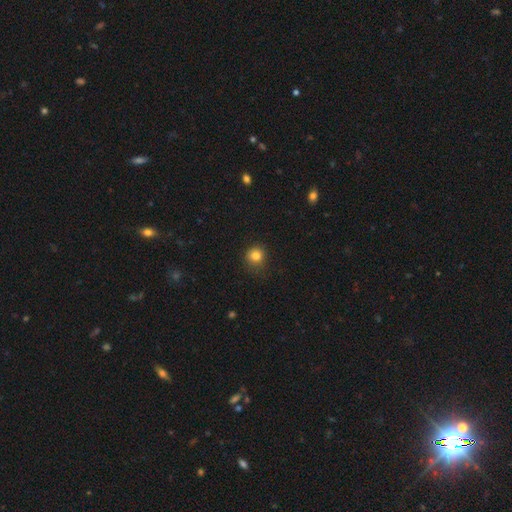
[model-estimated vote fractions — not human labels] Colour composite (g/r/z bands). It shows a smooth galaxy with no disk features (83%) that is round (87%). Merging: none (78%).